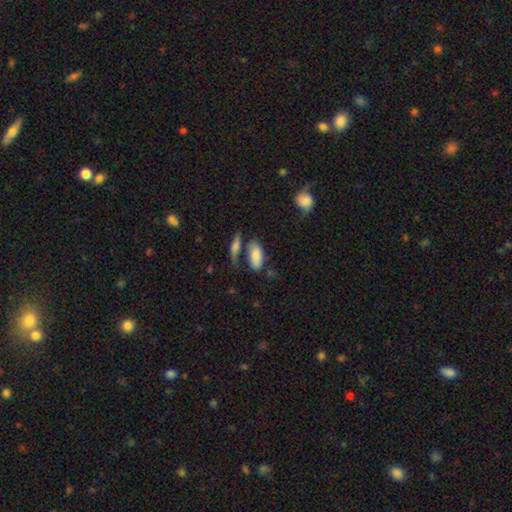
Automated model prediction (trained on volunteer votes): smooth_or_featured: smooth (p=0.81) [alt: featured or disk p=0.12]
how_rounded: in between (p=0.87) [alt: cigar-shaped p=0.10]
merging: none (p=0.55) [alt: merger p=0.20]